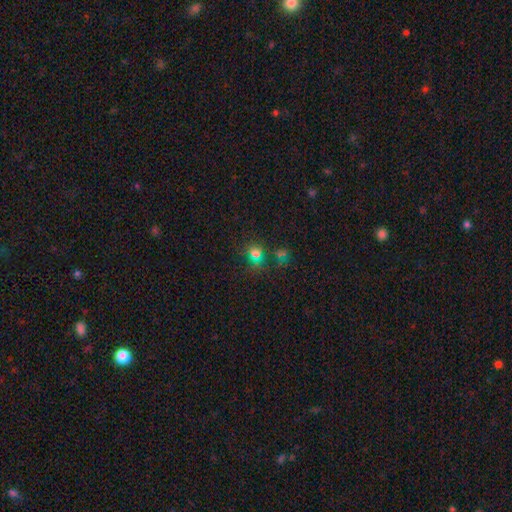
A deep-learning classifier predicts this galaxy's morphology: Smooth or featured? Predicted: smooth (p=0.49). Merging? Predicted: none (p=0.64).